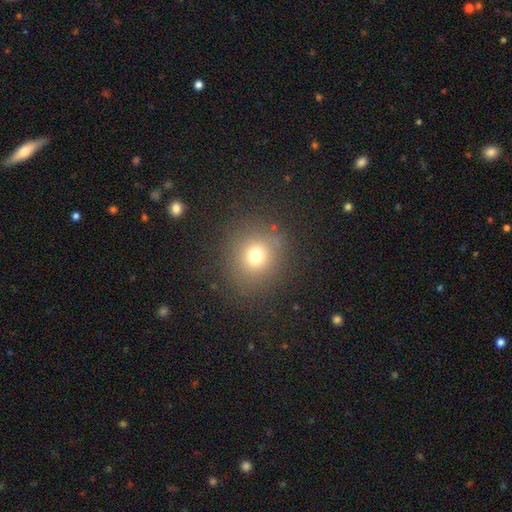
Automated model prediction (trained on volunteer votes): smooth_or_featured: smooth (p=0.72) [alt: star or artifact p=0.19]
how_rounded: round (p=0.85) [alt: in between p=0.14]
merging: none (p=0.85) [alt: minor disturbance p=0.09]